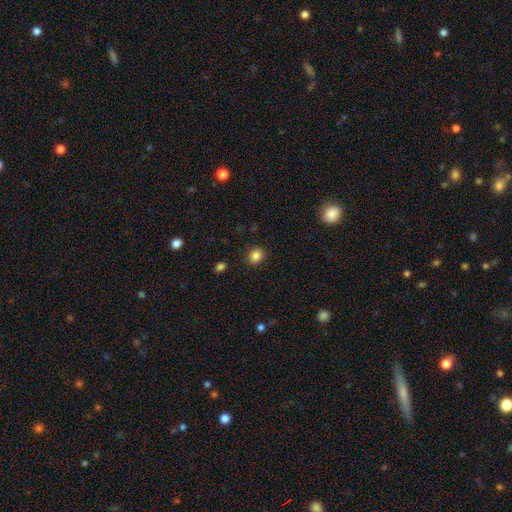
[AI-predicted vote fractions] A smooth galaxy with no disk features (85%) that is round (68%). Merging: none (89%).